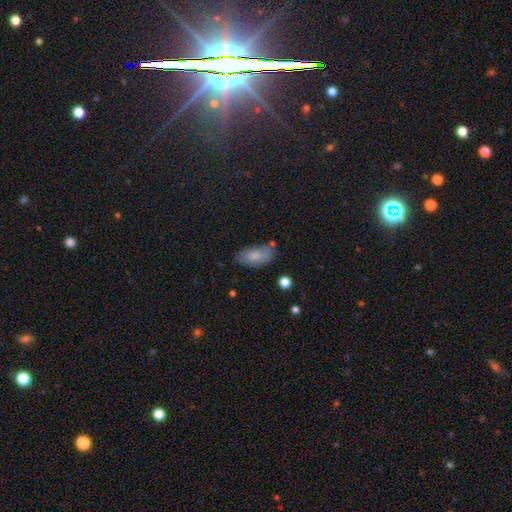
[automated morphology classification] A smooth galaxy with no disk features (78%) that is in between round and cigar-shaped (90%).

Vote fractions:
- Smooth or featured? smooth: 78% / featured or disk: 14% / star or artifact: 8%
- How rounded? in between: 90% / cigar-shaped: 7% / round: 3%
- Merging? none: 66% / minor disturbance: 23% / major disturbance: 6% / merger: 5%